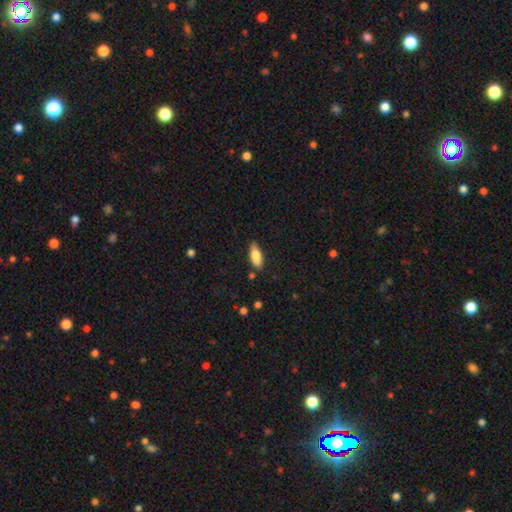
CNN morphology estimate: type=smooth (80%); roundness=in between (72%); merging=none (81%).